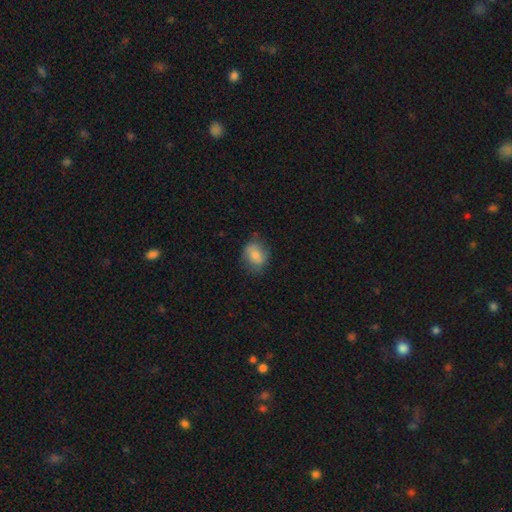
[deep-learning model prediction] This is likely a smooth galaxy (77%). How rounded: likely in between (62%). Merging: likely none (69%).